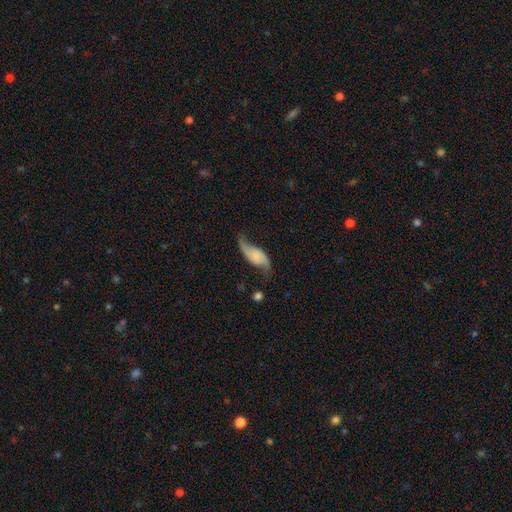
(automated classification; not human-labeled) smooth-or-featured: featured or disk: 74% | smooth: 19% | star or artifact: 7%
  disk-edge-on: no: 93% | yes: 7%
    bar: no: 65% | weak: 25% | strong: 10%
    has-spiral-arms: yes: 93% | no: 7%
      spiral-winding: loose: 82% | medium: 13% | tight: 4%
      spiral-arm-count: 2: 91% | 1: 4% | can't tell: 3% | 3: 1% | 4: 1% | more than 4: 1%
    bulge-size: small: 44% | none: 36% | moderate: 13% | large: 4% | dominant: 3%
  merging: none: 60% | minor disturbance: 23% | major disturbance: 14% | merger: 3%